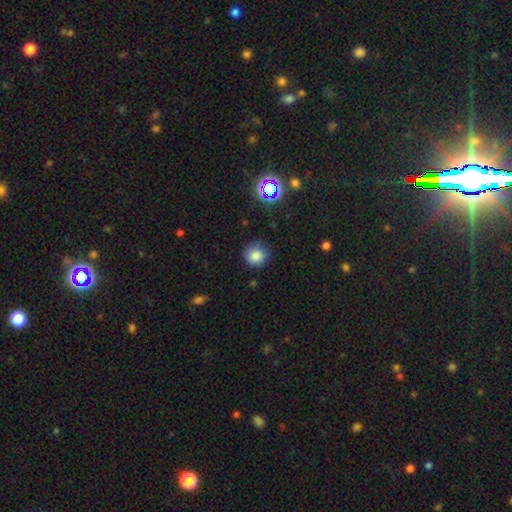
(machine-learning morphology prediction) smooth_or_featured: smooth (p=0.82) [alt: star or artifact p=0.14]
how_rounded: round (p=0.91) [alt: in between p=0.08]
merging: none (p=0.84) [alt: minor disturbance p=0.12]